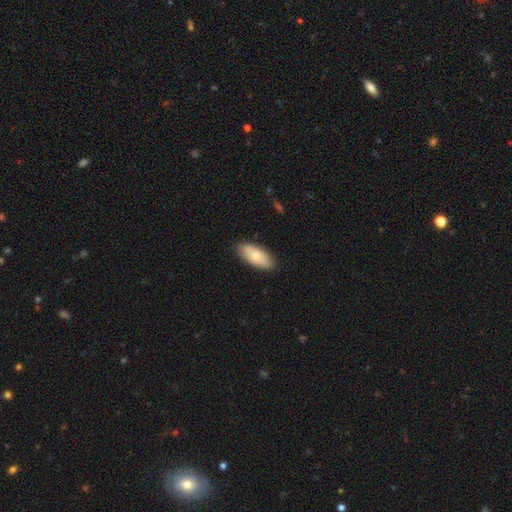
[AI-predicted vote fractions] Smooth or featured? Predicted: smooth (p=0.75). How rounded? Predicted: in between (p=0.87). Merging? Predicted: none (p=0.85).